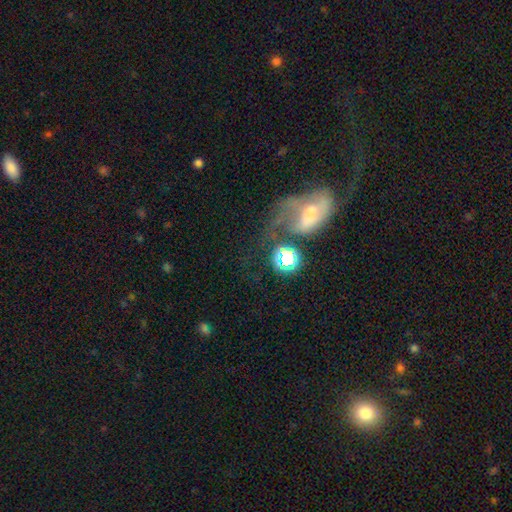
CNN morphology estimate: featured or disk 59%, smooth 23%, star or artifact 19%. Down the decision tree: edge-on disk — no (93%); bar — no (40%); spiral arms — yes (77%); bulge size — moderate (40%); merging — none (35%).